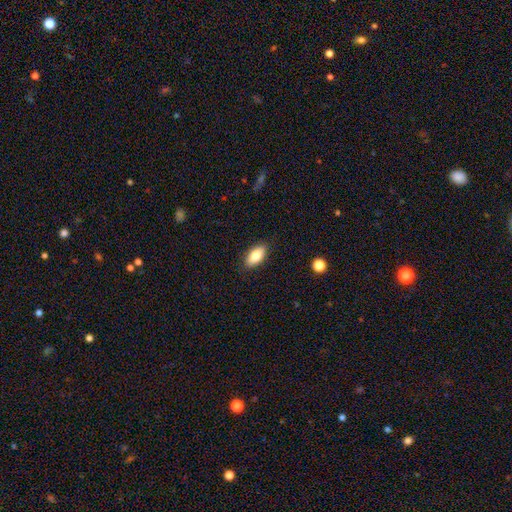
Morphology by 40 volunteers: Smooth or featured? 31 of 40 (78%) said smooth. How rounded? 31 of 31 (100%) said in between. Merging? 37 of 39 (95%) said none.